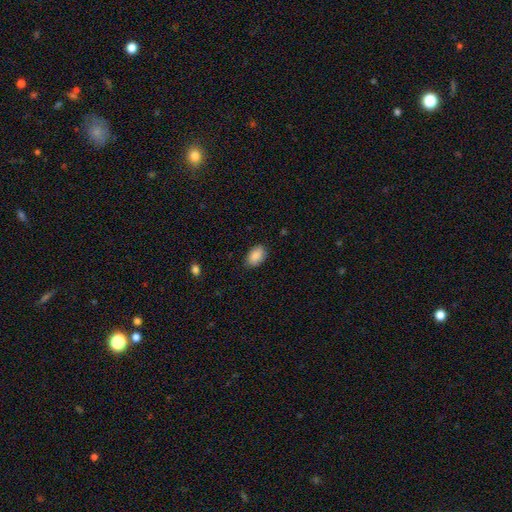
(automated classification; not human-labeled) Smooth or featured?
  - smooth: 89% *
  - star or artifact: 7%
  - featured or disk: 4%
How rounded?
  - in between: 88% *
  - round: 11%
  - cigar-shaped: 1%
Merging?
  - none: 81% *
  - minor disturbance: 15%
  - major disturbance: 3%
  - merger: 1%